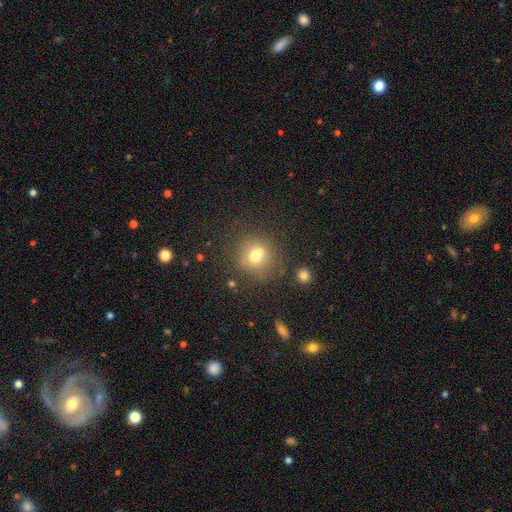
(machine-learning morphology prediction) Smooth or featured? smooth (71%)
How rounded? round (83%)
Merging? none (72%)